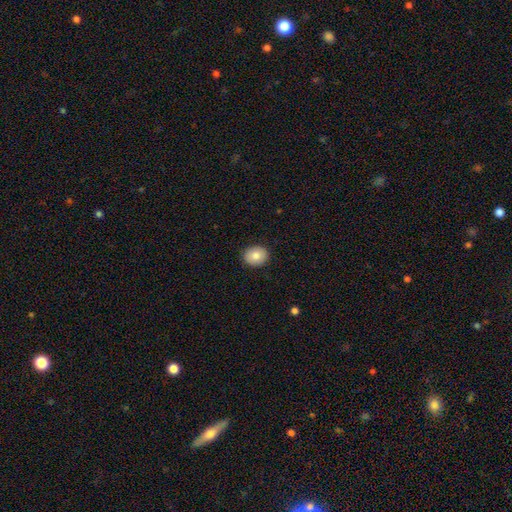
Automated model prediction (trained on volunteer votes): This appears to be a smooth galaxy with no disk features (82%) that is round (58%). Merging: none (90%).